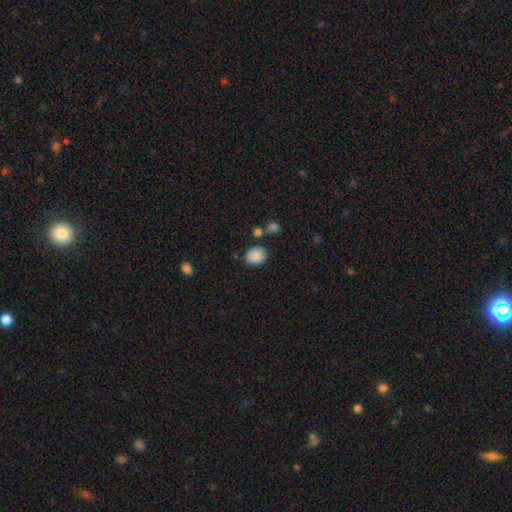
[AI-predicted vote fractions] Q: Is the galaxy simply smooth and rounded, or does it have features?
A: smooth — 87%.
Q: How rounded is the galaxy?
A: in between — 63%.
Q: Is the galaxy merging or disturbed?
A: none — 75%.